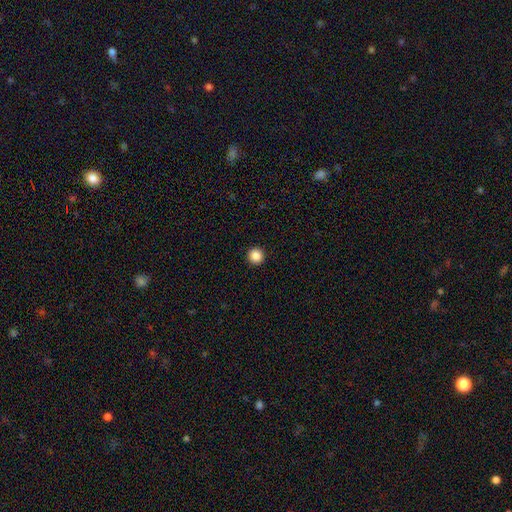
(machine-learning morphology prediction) Smooth or featured? Predicted: smooth (p=0.87). How rounded? Predicted: round (p=0.96). Merging? Predicted: none (p=0.94).